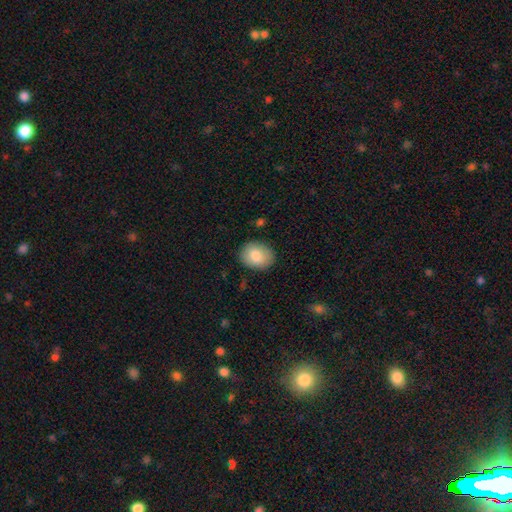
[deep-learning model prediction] Smooth or featured: smooth — 83% (featured or disk — 10%)
How rounded: in between — 51% (round — 48%)
Merging: none — 87% (minor disturbance — 10%)